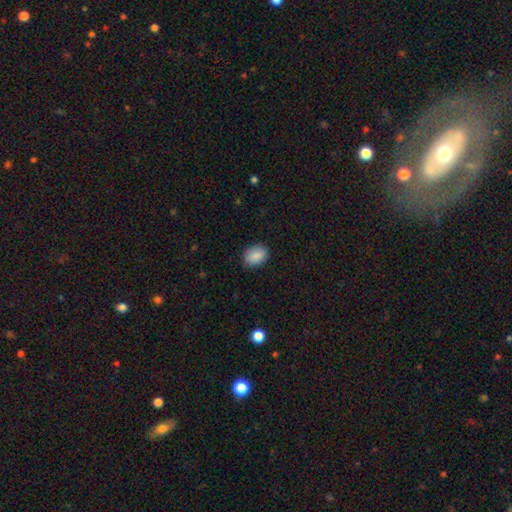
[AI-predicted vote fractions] Smooth or featured? Predicted: smooth (p=0.89). How rounded? Predicted: in between (p=0.76). Merging? Predicted: none (p=0.85).